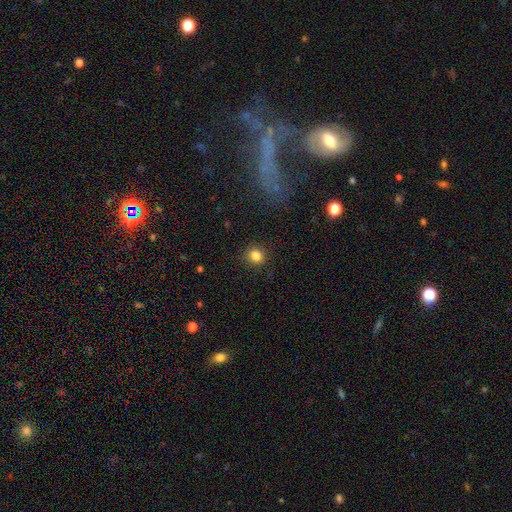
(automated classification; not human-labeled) Q: Smooth or featured?
A: smooth (83%); runner-up: star or artifact (12%)
Q: How rounded?
A: round (88%); runner-up: in between (11%)
Q: Merging?
A: none (90%); runner-up: minor disturbance (7%)